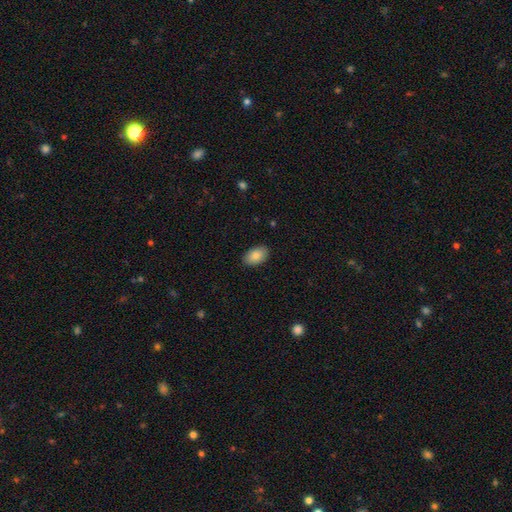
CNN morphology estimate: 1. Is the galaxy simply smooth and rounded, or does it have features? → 86% smooth, 7% featured or disk, 7% star or artifact.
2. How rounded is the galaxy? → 93% in between, 6% round, 1% cigar-shaped.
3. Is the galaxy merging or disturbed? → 88% none, 9% minor disturbance, 2% major disturbance, 1% merger.